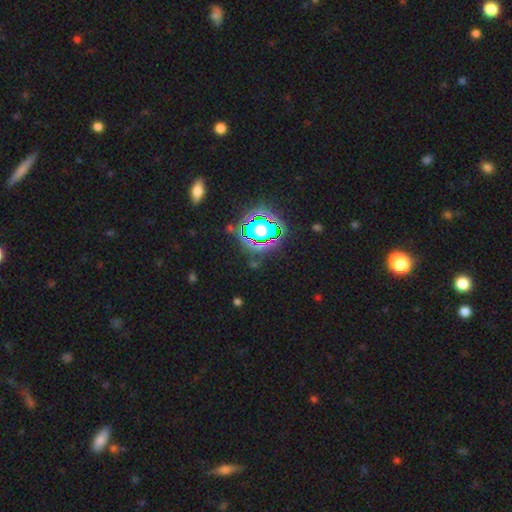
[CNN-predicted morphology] Smooth or featured? star or artifact (80%)